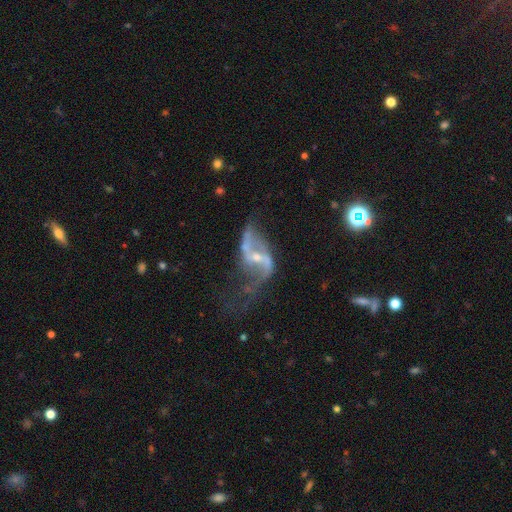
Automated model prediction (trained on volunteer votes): Smooth or featured?
  - featured or disk: 87% *
  - star or artifact: 7%
  - smooth: 5%
Edge-on disk?
  - no: 96% *
  - yes: 4%
Bar?
  - weak: 42% *
  - no: 30%
  - strong: 28%
Spiral arms?
  - yes: 93% *
  - no: 7%
Spiral winding?
  - loose: 85% *
  - medium: 12%
  - tight: 3%
Spiral arm count?
  - 2: 90% *
  - can't tell: 3%
  - 1: 3%
  - 3: 1%
  - 4: 1%
  - more than 4: 1%
Bulge size?
  - small: 61% *
  - moderate: 32%
  - none: 4%
  - large: 2%
  - dominant: 1%
Merging?
  - none: 46% *
  - major disturbance: 26%
  - minor disturbance: 20%
  - merger: 8%